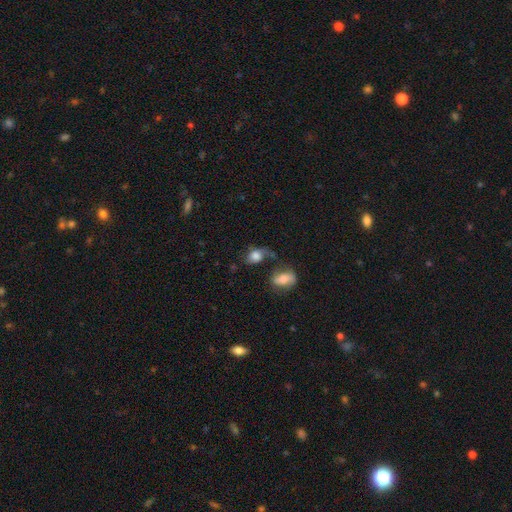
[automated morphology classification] smooth 74%, featured or disk 17%, star or artifact 10%. Down the decision tree: how rounded — in between (70%); merging — none (39%).